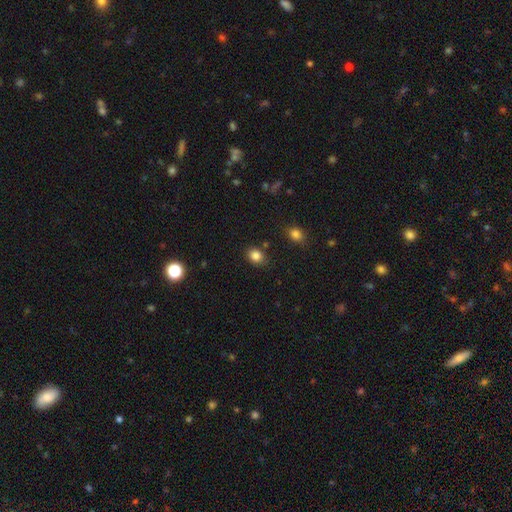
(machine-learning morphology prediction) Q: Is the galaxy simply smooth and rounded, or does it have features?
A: smooth — 84%.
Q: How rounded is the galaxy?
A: round — 50%.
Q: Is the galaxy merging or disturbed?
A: none — 81%.